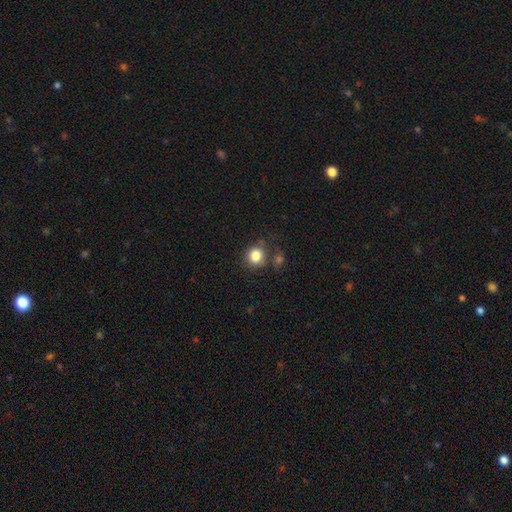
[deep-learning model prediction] Smooth or featured? smooth (84%)
How rounded? round (83%)
Merging? none (73%)